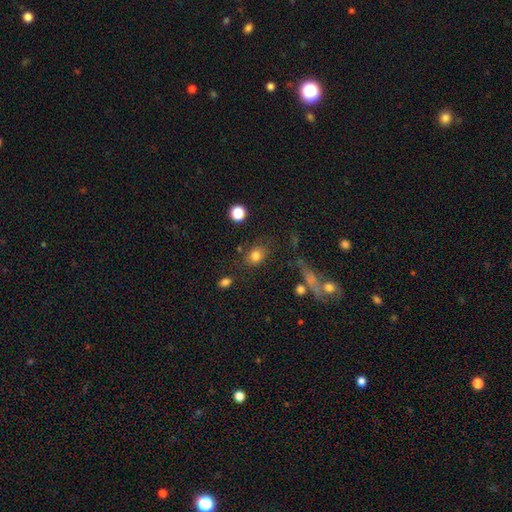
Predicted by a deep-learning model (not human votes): Smooth or featured? smooth (80%)
How rounded? round (52%)
Merging? none (76%)